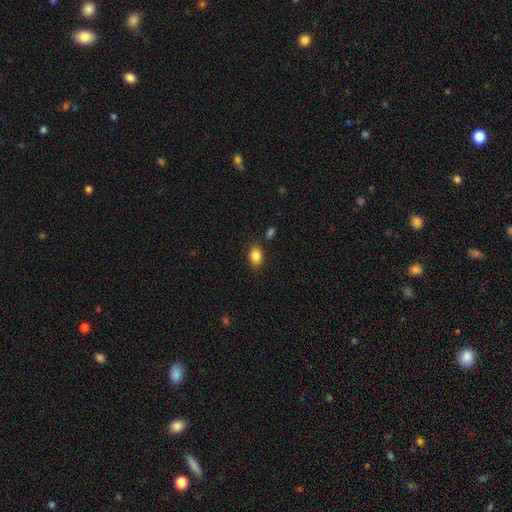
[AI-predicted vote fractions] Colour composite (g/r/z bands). It shows a smooth galaxy with no disk features (86%) that is in between round and cigar-shaped (81%). Merging: none (83%).